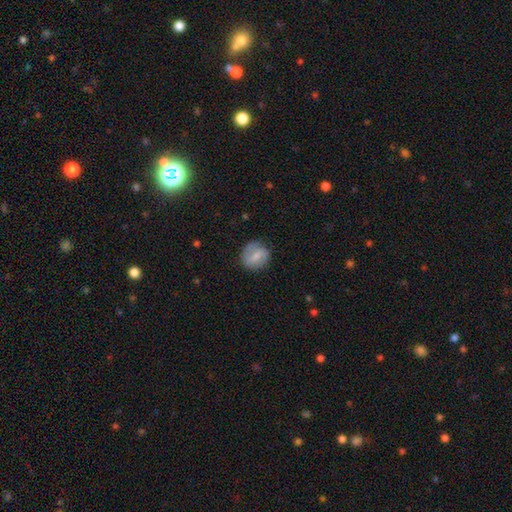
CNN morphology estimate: smooth-or-featured: featured or disk: 50% | smooth: 44% | star or artifact: 7%
  merging: none: 76% | minor disturbance: 17% | major disturbance: 5% | merger: 1%